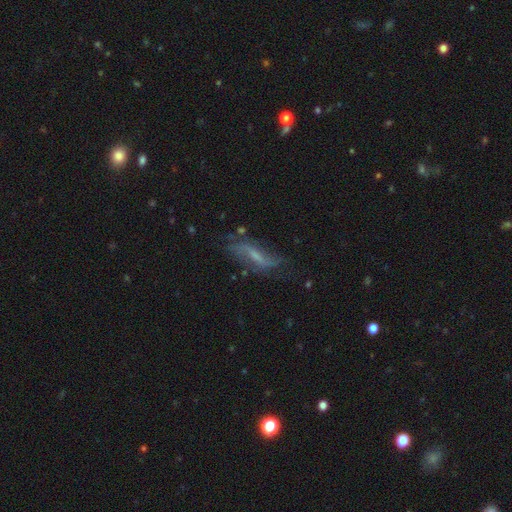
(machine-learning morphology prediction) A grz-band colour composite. It shows a featured or disk galaxy (59%). Merging: none (55%).